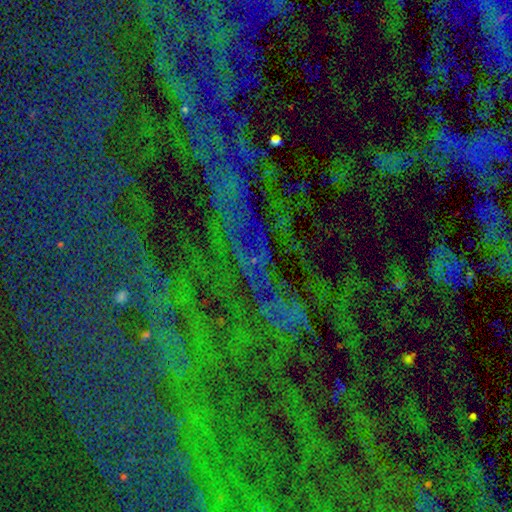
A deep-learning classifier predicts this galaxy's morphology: This is likely a star or artifact rather than a galaxy (80%).